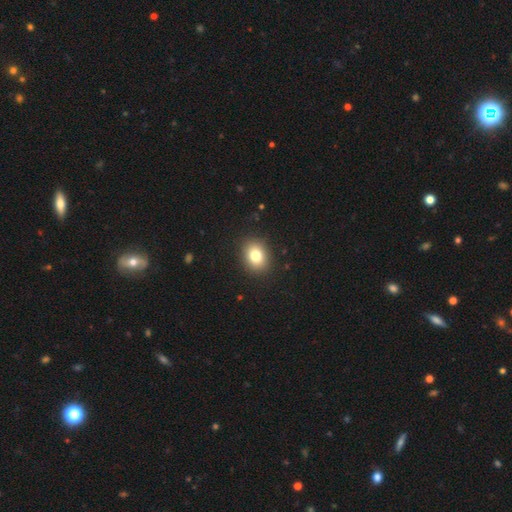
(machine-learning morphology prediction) Q: Smooth or featured?
A: smooth (80%); runner-up: star or artifact (11%)
Q: How rounded?
A: in between (51%); runner-up: round (49%)
Q: Merging?
A: none (90%); runner-up: minor disturbance (7%)